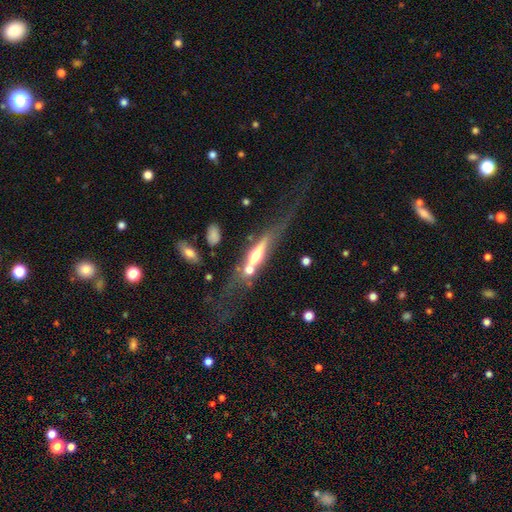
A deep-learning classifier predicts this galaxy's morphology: smooth_or_featured: featured or disk (p=0.65) [alt: smooth p=0.28]
disk_edge_on: yes (p=0.84) [alt: no p=0.16]
edge_on_bulge: rounded (p=0.85) [alt: boxy p=0.09]
merging: none (p=0.35) [alt: merger p=0.26]